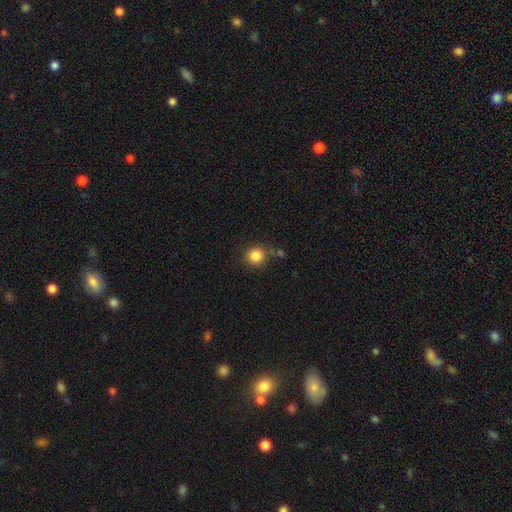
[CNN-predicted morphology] A smooth galaxy with no disk features (85%) that is round (92%).

Vote fractions:
- Smooth or featured? smooth: 85% / star or artifact: 10% / featured or disk: 5%
- How rounded? round: 92% / in between: 7% / cigar-shaped: 1%
- Merging? none: 78% / minor disturbance: 12% / merger: 6% / major disturbance: 4%